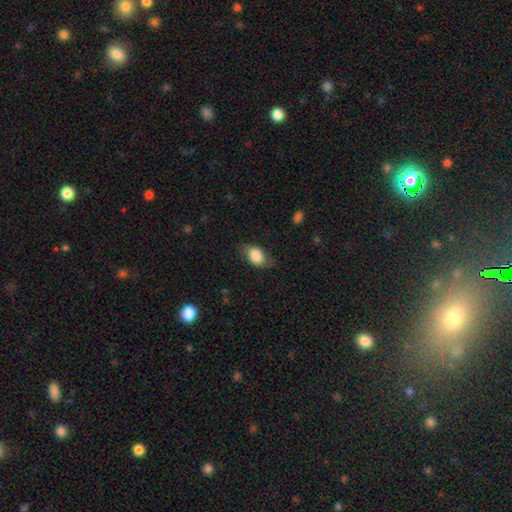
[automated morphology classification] Smooth or featured? smooth (80%)
How rounded? in between (84%)
Merging? none (67%)